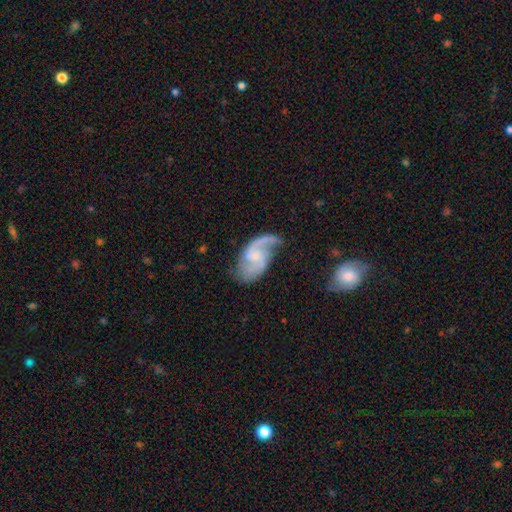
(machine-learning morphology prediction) featured or disk 87%, smooth 8%, star or artifact 5%. Down the decision tree: edge-on disk — no (98%); bar — weak (51%); spiral arms — yes (96%); spiral arm count — 2 (87%); spiral winding — medium (46%); bulge size — small (49%); merging — none (61%).